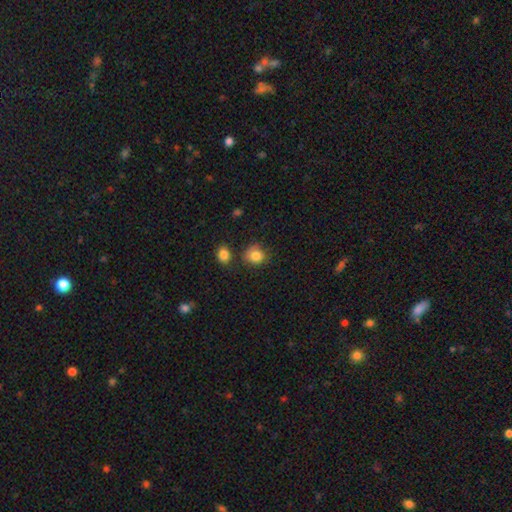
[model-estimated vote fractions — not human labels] A smooth galaxy with no disk features (83%) that is round (76%). Merging: none (68%).